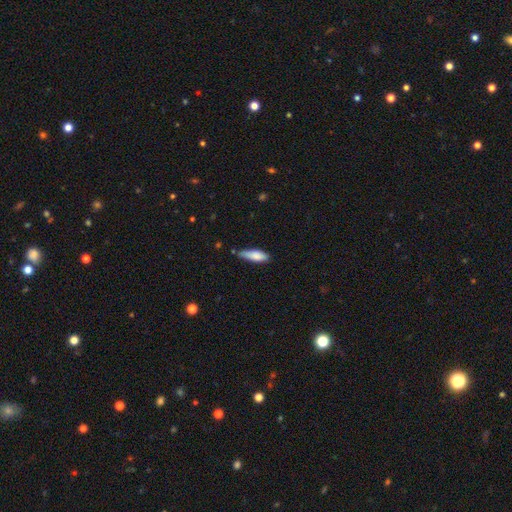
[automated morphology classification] Smooth or featured? smooth (82%)
How rounded? in between (49%, tied with cigar-shaped)
Merging? none (56%)